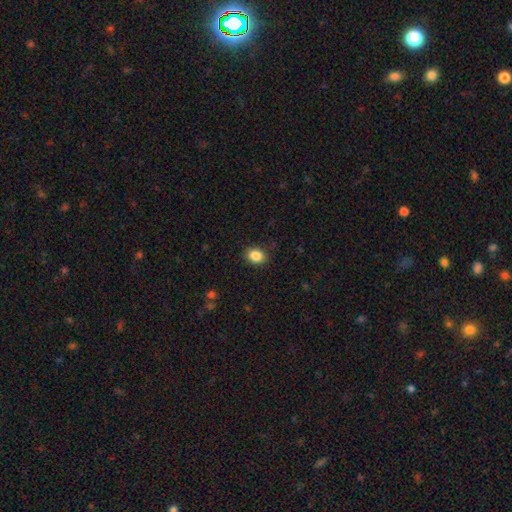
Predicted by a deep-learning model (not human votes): A smooth galaxy with no disk features (87%) that is in between round and cigar-shaped (58%).

Vote fractions:
- Smooth or featured? smooth: 87% / star or artifact: 9% / featured or disk: 4%
- How rounded? in between: 58% / round: 41% / cigar-shaped: 1%
- Merging? none: 87% / minor disturbance: 9% / major disturbance: 3% / merger: 1%